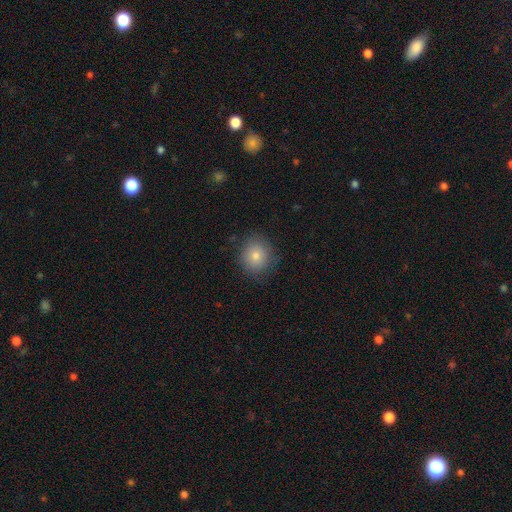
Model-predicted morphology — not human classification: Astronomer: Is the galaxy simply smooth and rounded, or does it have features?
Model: smooth — 78%.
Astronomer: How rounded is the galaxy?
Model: round — 82%.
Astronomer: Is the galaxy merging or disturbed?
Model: none — 86%.